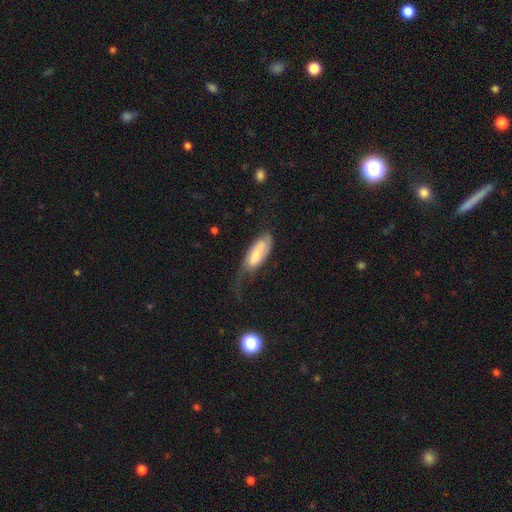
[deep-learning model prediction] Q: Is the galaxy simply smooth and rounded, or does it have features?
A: smooth — 63%.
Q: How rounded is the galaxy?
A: in between — 78%.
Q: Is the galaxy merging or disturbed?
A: major disturbance — 35%.